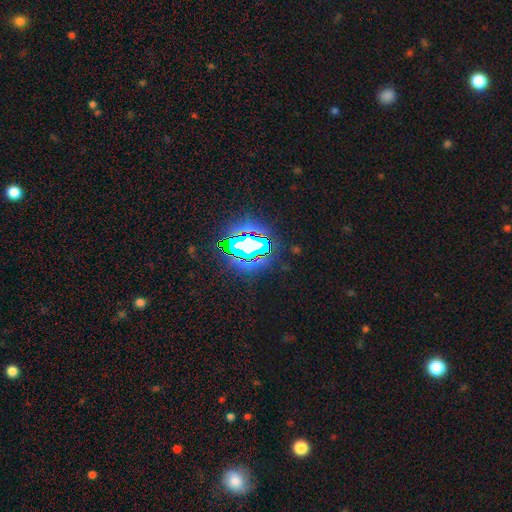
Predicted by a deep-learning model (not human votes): Overall: star or artifact (82%).